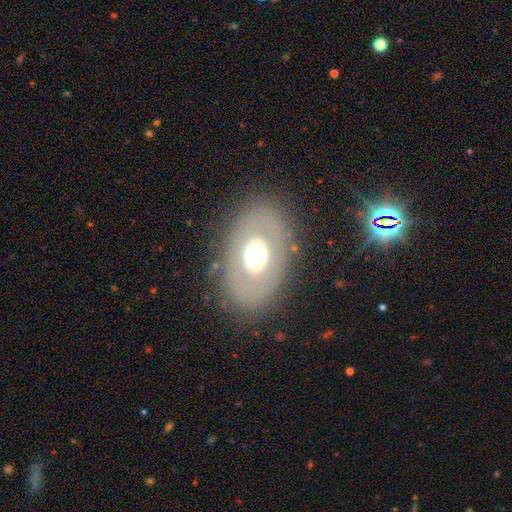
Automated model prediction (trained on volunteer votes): A smooth galaxy with no disk features (47%). Merging: none (82%).